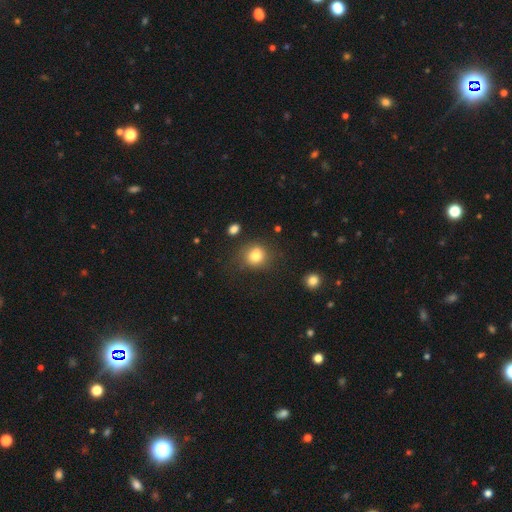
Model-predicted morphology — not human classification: A smooth galaxy with no disk features (80%) that is round (77%). Merging: none (69%).